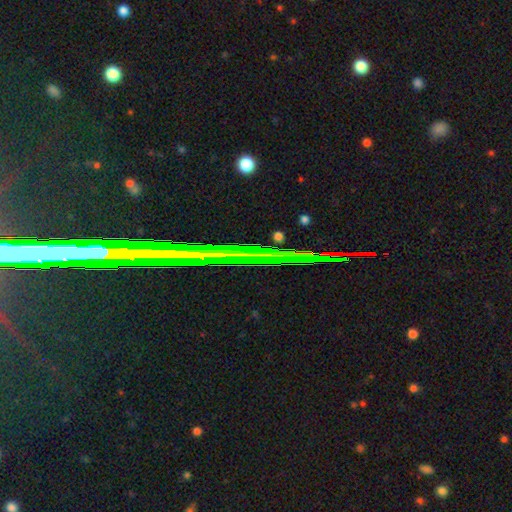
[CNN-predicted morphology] The model was most divided on "smooth or featured": star or artifact: 59%, featured or disk: 29%, smooth: 12%.